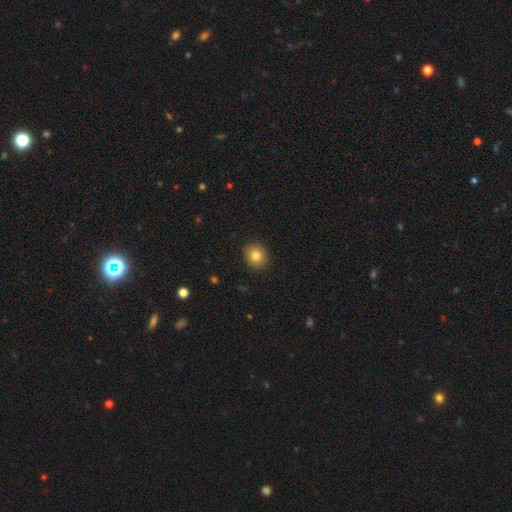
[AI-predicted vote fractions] smooth_or_featured: smooth (p=0.82) [alt: star or artifact p=0.10]
how_rounded: round (p=0.65) [alt: in between p=0.34]
merging: none (p=0.90) [alt: minor disturbance p=0.07]